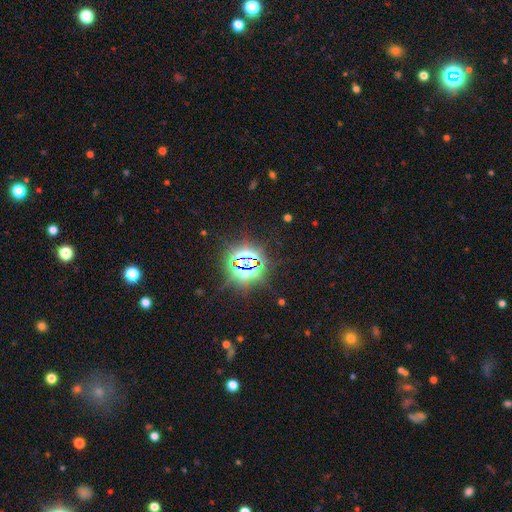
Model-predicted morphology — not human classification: A star or artifact, not a galaxy (81%).

Vote fractions:
- Smooth or featured? star or artifact: 81% / smooth: 11% / featured or disk: 7%